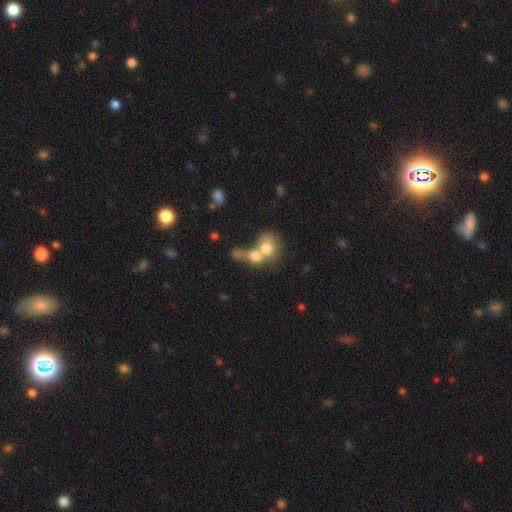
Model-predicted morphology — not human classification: Q: Smooth or featured?
A: smooth (70%); runner-up: featured or disk (20%)
Q: How rounded?
A: round (52%); runner-up: in between (45%)
Q: Merging?
A: merger (74%); runner-up: none (14%)